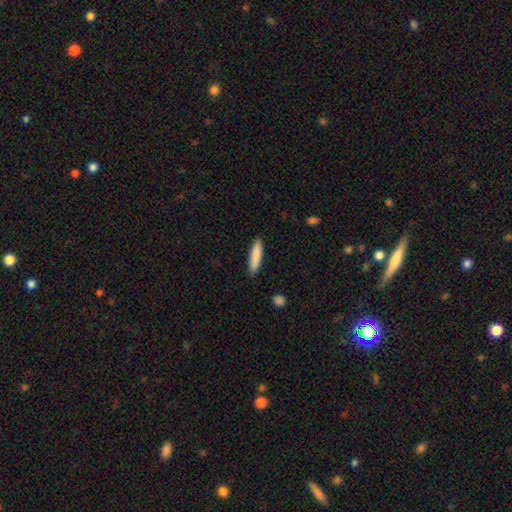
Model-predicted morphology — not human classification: Overall: smooth (86%). How rounded: cigar-shaped (79%). Merging: none (89%).